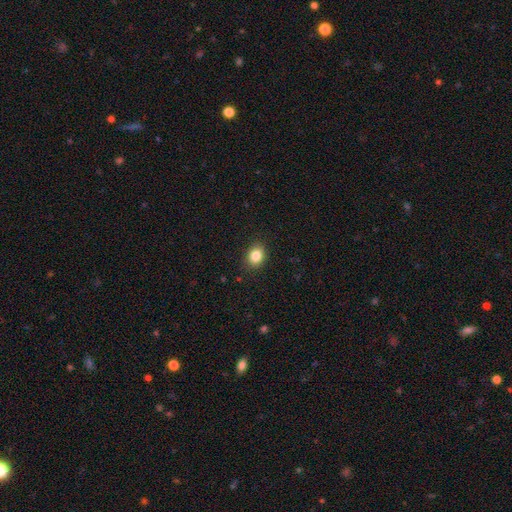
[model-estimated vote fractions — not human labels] A smooth galaxy with no disk features (85%) that is in between round and cigar-shaped (55%).

Vote fractions:
- Smooth or featured? smooth: 85% / star or artifact: 10% / featured or disk: 5%
- How rounded? in between: 55% / round: 44% / cigar-shaped: 1%
- Merging? none: 88% / minor disturbance: 9% / major disturbance: 2% / merger: 1%